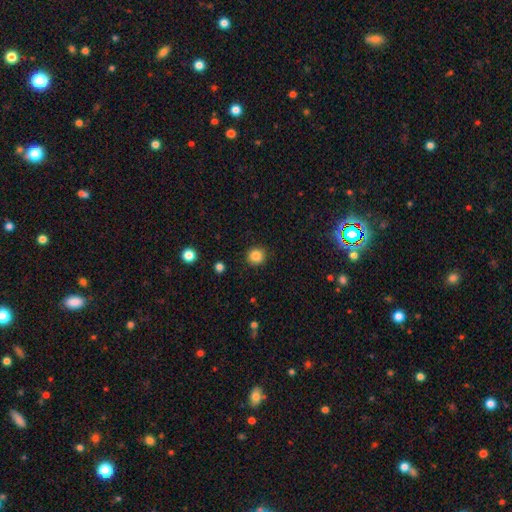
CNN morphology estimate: Smooth or featured? Predicted: smooth (p=0.85). How rounded? Predicted: round (p=0.90). Merging? Predicted: none (p=0.89).